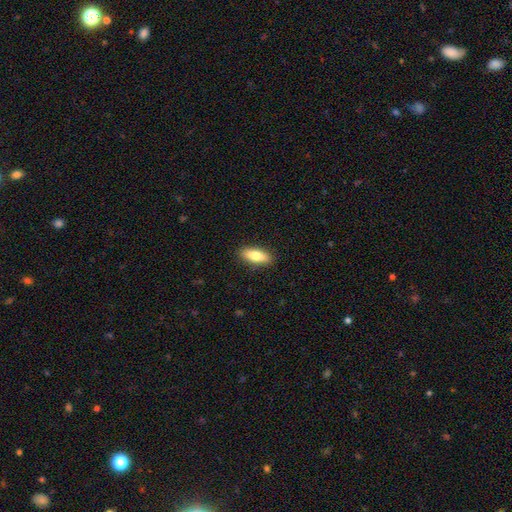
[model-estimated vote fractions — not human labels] Smooth or featured?
  - smooth: 78% *
  - featured or disk: 16%
  - star or artifact: 6%
How rounded?
  - in between: 73% *
  - cigar-shaped: 24%
  - round: 3%
Merging?
  - none: 89% *
  - minor disturbance: 8%
  - major disturbance: 2%
  - merger: 1%